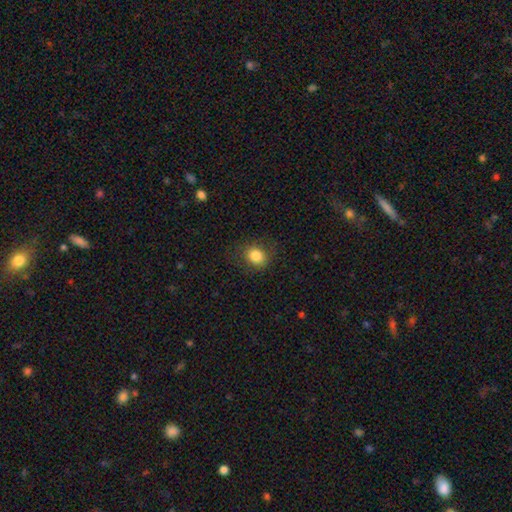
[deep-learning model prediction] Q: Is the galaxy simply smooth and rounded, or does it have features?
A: smooth — 85%.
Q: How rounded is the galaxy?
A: round — 63%.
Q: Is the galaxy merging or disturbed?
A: none — 82%.